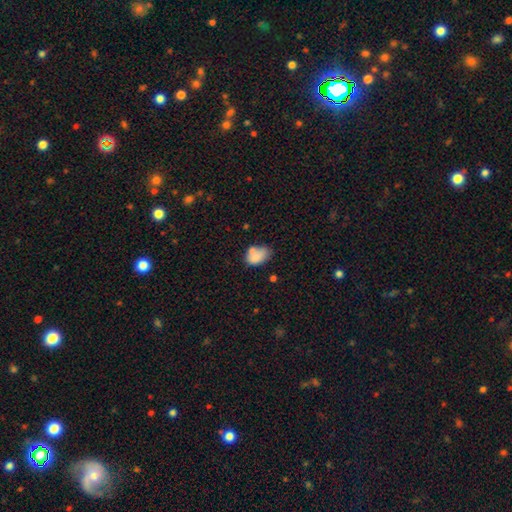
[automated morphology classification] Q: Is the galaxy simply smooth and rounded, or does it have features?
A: smooth — 78%.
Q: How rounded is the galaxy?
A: in between — 84%.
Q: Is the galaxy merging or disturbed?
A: none — 45%.